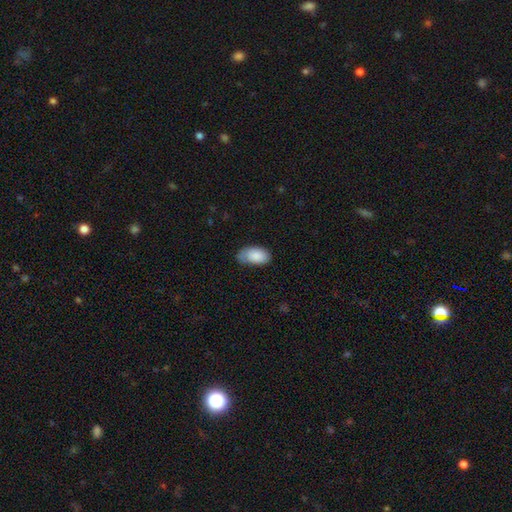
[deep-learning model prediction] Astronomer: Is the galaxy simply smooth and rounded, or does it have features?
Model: smooth — 86%.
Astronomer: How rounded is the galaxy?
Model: in between — 95%.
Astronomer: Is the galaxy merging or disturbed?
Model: none — 59%.